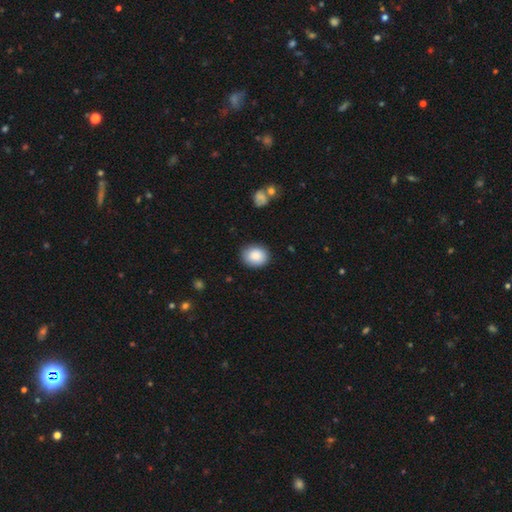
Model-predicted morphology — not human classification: Smooth or featured? smooth (87%)
How rounded? round (61%)
Merging? none (85%)